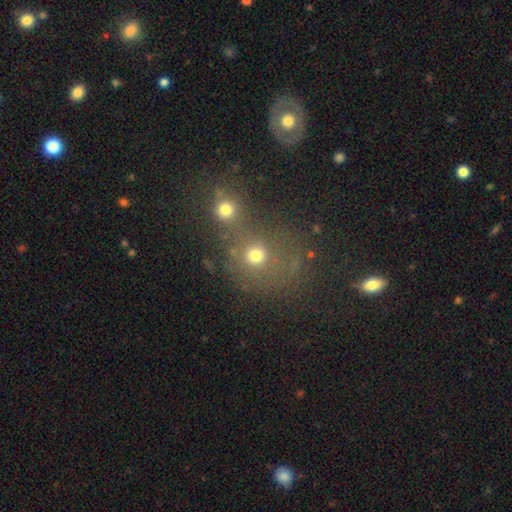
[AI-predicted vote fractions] Overall: smooth (69%). How rounded: round (79%). Merging: merger (47%; none 39%).